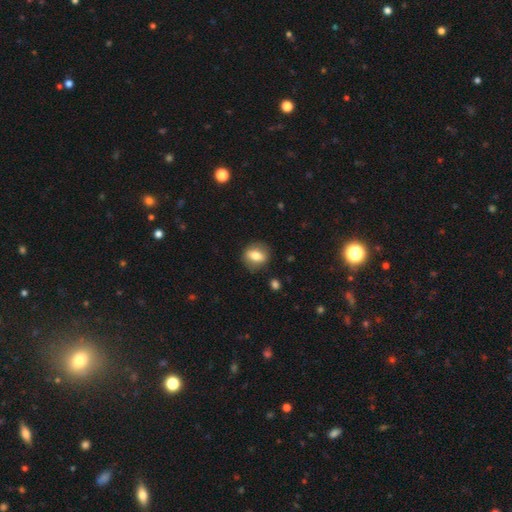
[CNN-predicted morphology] A smooth galaxy with no disk features (69%) that is in between round and cigar-shaped (48%, tied with round).

Vote fractions:
- Smooth or featured? smooth: 69% / featured or disk: 23% / star or artifact: 8%
- How rounded? in between: 48% (tied) / round: 48% (tied) / cigar-shaped: 3%
- Merging? none: 84% / minor disturbance: 11% / major disturbance: 3% / merger: 1%